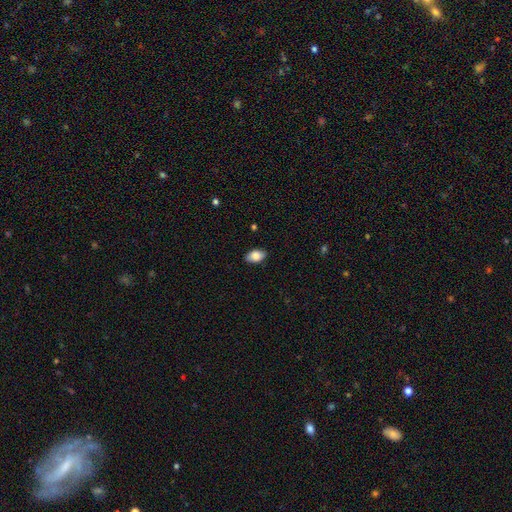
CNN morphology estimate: smooth-or-featured: smooth: 83% | featured or disk: 10% | star or artifact: 7%
  how-rounded: in between: 92% | round: 6% | cigar-shaped: 2%
  merging: none: 87% | minor disturbance: 10% | major disturbance: 2% | merger: 1%